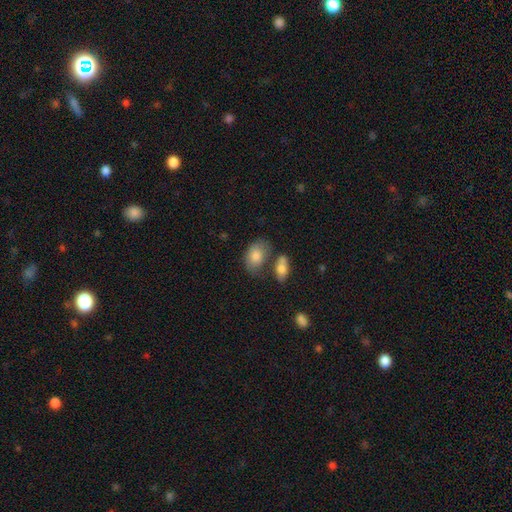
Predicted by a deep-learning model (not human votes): smooth 82%, featured or disk 11%, star or artifact 7%. Down the decision tree: how rounded — in between (86%); merging — none (46%).